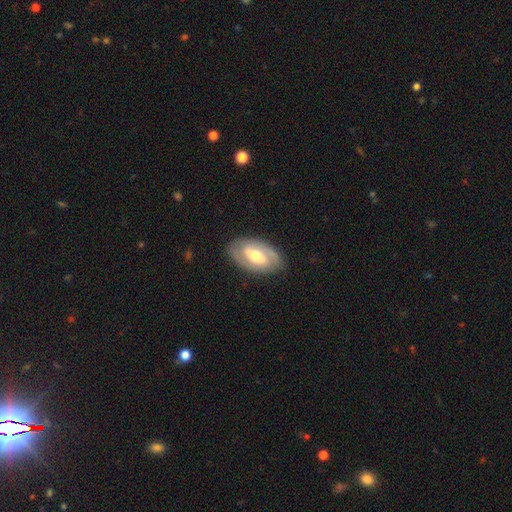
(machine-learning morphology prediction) Q: Smooth or featured?
A: featured or disk (70%); runner-up: smooth (25%)
Q: Edge-on disk?
A: no (93%); runner-up: yes (7%)
Q: Bar?
A: strong (42%); runner-up: weak (39%)
Q: Spiral arms?
A: yes (68%); runner-up: no (32%)
Q: Bulge size?
A: moderate (68%); runner-up: small (20%)
Q: Merging?
A: none (84%); runner-up: minor disturbance (11%)